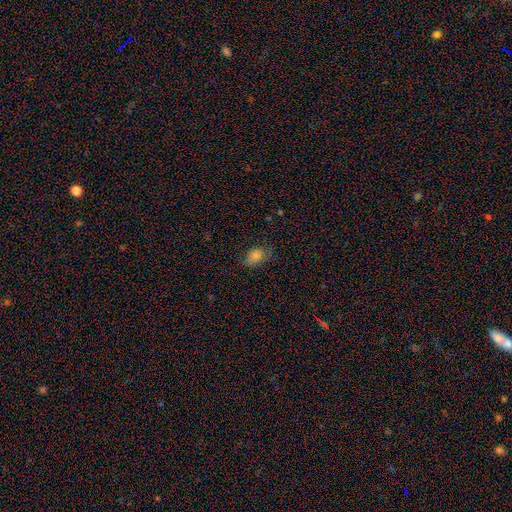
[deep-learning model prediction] smooth-or-featured: smooth: 73% | star or artifact: 14% | featured or disk: 13%
  how-rounded: in between: 76% | round: 22% | cigar-shaped: 2%
  merging: none: 66% | minor disturbance: 25% | major disturbance: 8% | merger: 1%